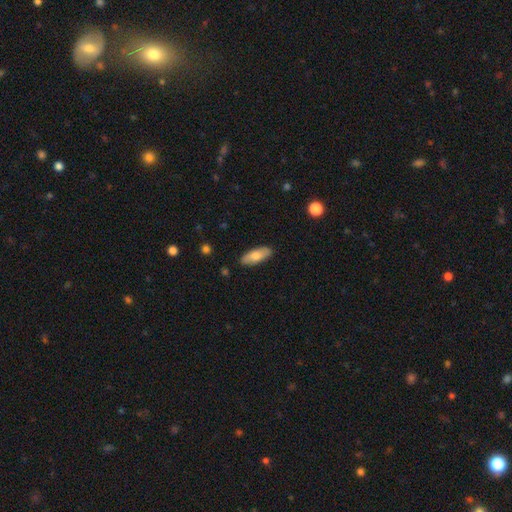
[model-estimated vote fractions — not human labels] Smooth or featured? Predicted: smooth (p=0.76). How rounded? Predicted: in between (p=0.73). Merging? Predicted: none (p=0.87).